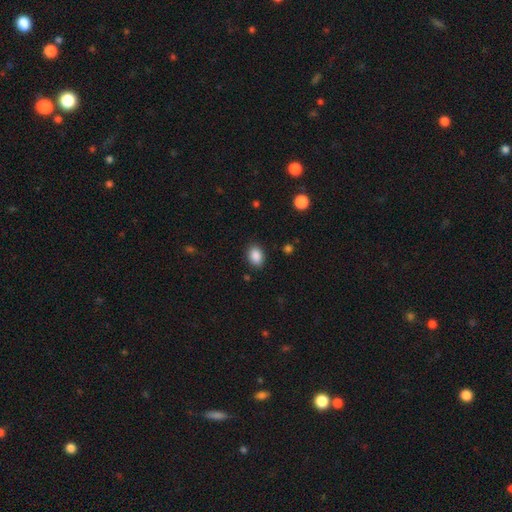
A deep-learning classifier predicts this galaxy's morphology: Smooth or featured? smooth (88%)
How rounded? in between (73%)
Merging? none (86%)